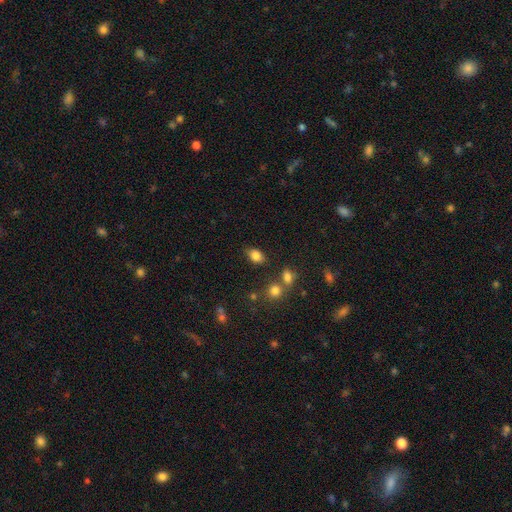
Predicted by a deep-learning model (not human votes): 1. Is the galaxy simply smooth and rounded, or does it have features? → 83% smooth, 10% star or artifact, 7% featured or disk.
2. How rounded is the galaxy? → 81% in between, 17% round, 2% cigar-shaped.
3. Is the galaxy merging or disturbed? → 76% none, 15% minor disturbance, 6% merger, 4% major disturbance.